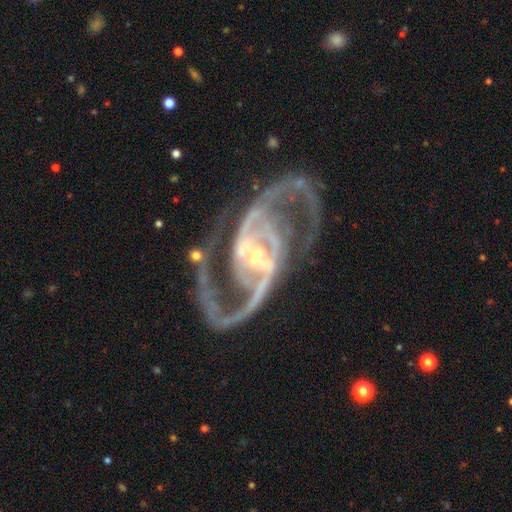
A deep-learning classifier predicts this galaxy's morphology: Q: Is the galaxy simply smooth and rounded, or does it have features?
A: featured or disk — 93%.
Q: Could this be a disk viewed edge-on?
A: no — 97%.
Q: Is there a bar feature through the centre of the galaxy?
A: strong — 44%.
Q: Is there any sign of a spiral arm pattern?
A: yes — 98%.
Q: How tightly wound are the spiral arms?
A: medium — 59%.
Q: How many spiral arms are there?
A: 2 — 91%.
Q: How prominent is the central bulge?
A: small — 63%.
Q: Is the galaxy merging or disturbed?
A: none — 68%.